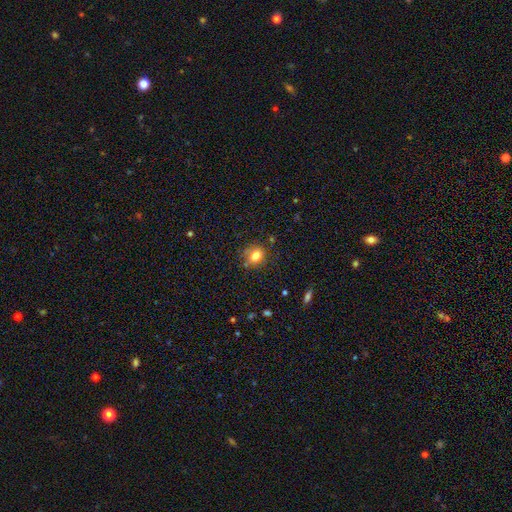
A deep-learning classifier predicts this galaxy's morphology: Overall: smooth (79%). How rounded: round (61%; in between 38%). Merging: none (73%).